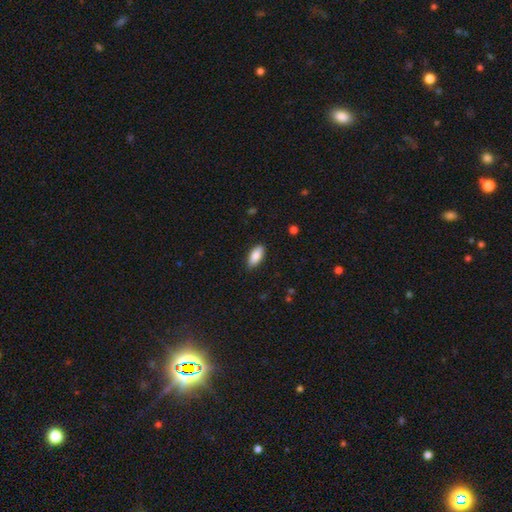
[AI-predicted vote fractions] Smooth or featured: smooth — 88% (star or artifact — 6%)
How rounded: in between — 90% (cigar-shaped — 8%)
Merging: none — 87% (minor disturbance — 10%)